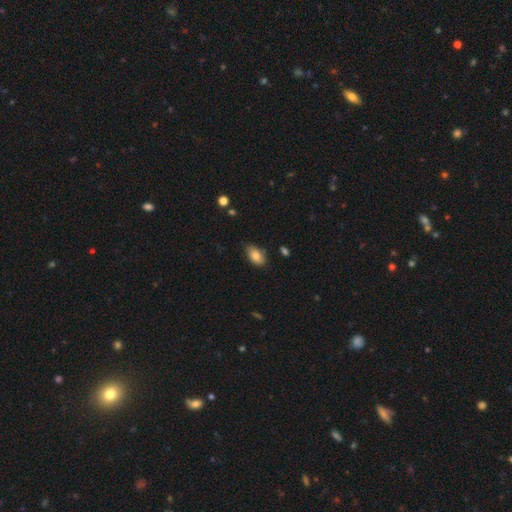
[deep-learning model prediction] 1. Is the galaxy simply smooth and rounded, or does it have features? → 81% smooth, 11% featured or disk, 8% star or artifact.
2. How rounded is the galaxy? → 90% in between, 8% round, 2% cigar-shaped.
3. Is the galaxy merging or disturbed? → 70% none, 25% minor disturbance, 4% major disturbance, 2% merger.